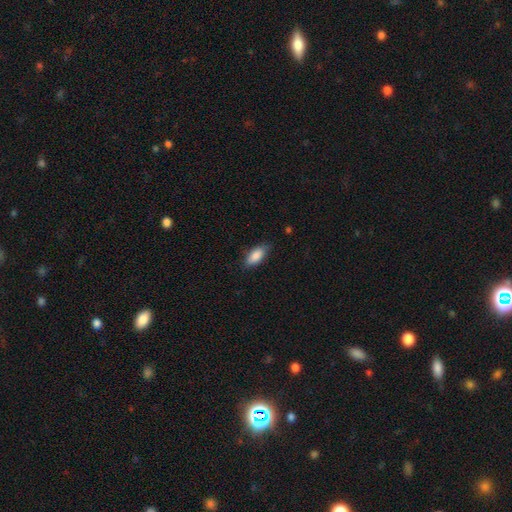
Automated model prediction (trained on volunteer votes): Overall: smooth (87%). How rounded: in between (87%). Merging: none (79%).